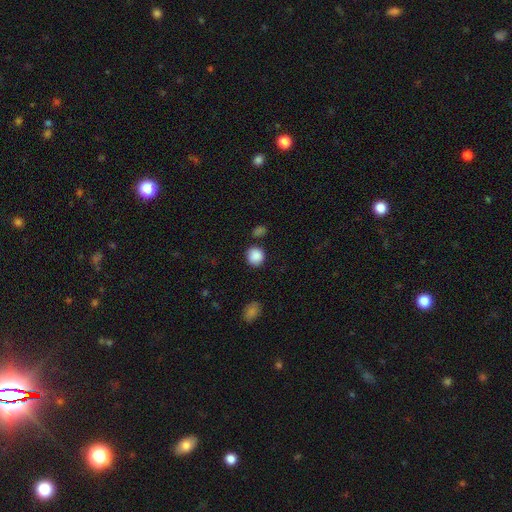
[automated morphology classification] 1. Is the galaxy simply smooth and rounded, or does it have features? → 88% smooth, 9% star or artifact, 3% featured or disk.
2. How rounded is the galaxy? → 88% round, 11% in between, 1% cigar-shaped.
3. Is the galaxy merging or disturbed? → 82% none, 10% minor disturbance, 5% merger, 3% major disturbance.